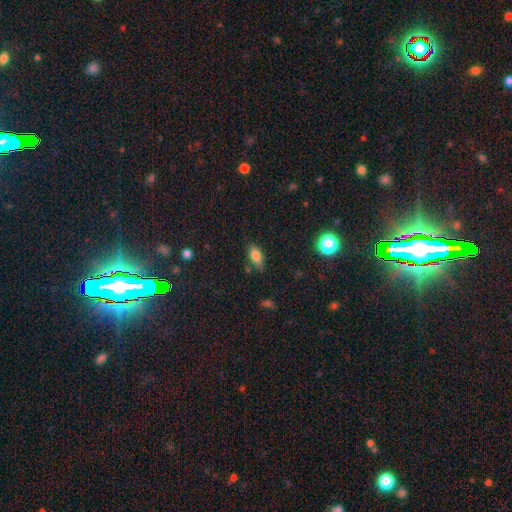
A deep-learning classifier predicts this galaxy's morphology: smooth-or-featured: smooth: 79% | featured or disk: 11% | star or artifact: 10%
  how-rounded: in between: 85% | cigar-shaped: 10% | round: 5%
  merging: none: 76% | minor disturbance: 17% | major disturbance: 4% | merger: 3%